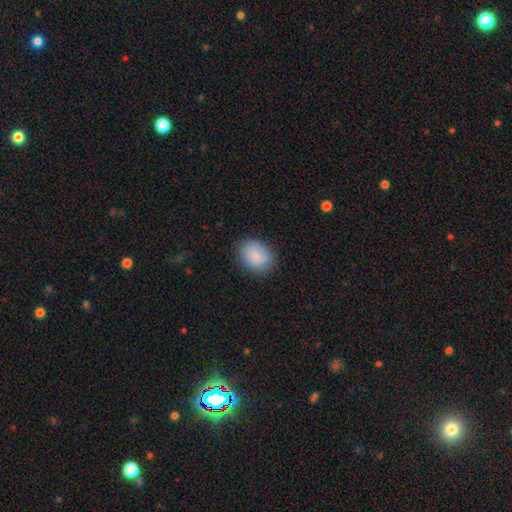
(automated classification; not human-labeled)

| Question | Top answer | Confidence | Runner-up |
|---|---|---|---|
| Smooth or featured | smooth | 84% | featured or disk (9%) |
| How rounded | in between | 58% | round (41%) |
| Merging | none | 81% | minor disturbance (14%) |